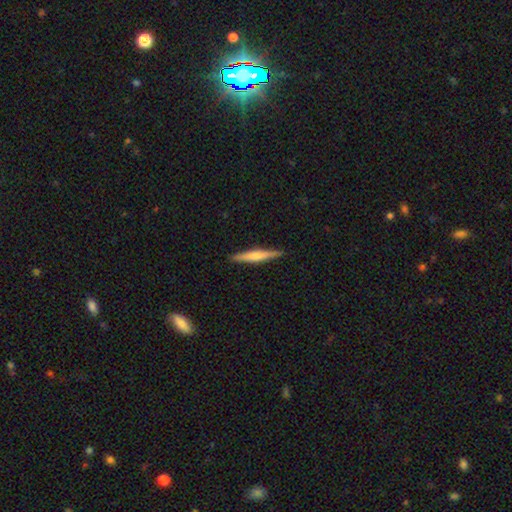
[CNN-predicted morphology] This is possibly a smooth galaxy (49%). Merging: clearly none (91%).